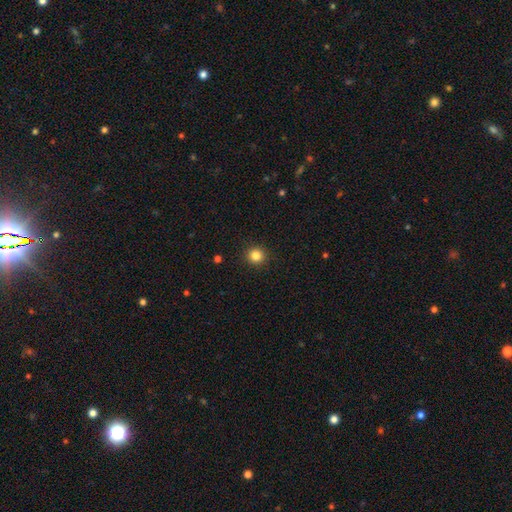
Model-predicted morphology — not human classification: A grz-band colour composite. It shows a smooth galaxy with no disk features (83%) that is round (94%). Merging: none (92%).